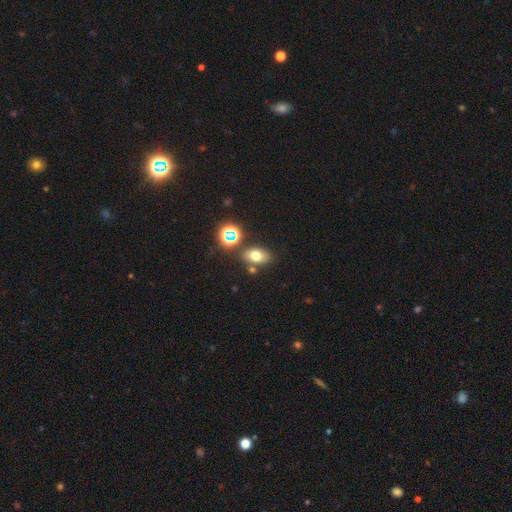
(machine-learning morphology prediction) smooth_or_featured: smooth (p=0.69) [alt: star or artifact p=0.17]
how_rounded: in between (p=0.76) [alt: round p=0.22]
merging: none (p=0.73) [alt: merger p=0.12]